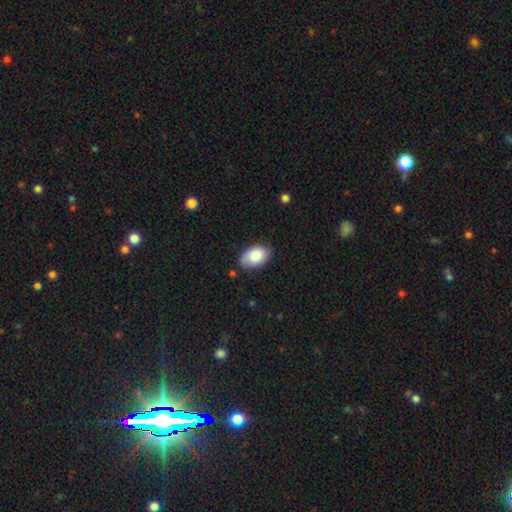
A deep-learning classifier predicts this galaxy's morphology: A smooth galaxy with no disk features (74%) that is in between round and cigar-shaped (92%). Merging: none (77%).